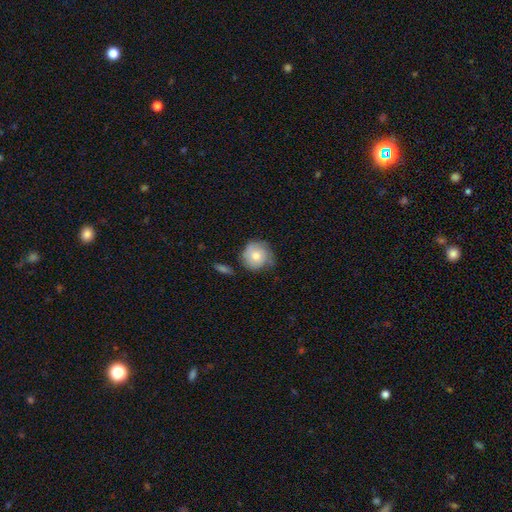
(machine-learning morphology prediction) smooth-or-featured: smooth: 70% | featured or disk: 23% | star or artifact: 7%
  how-rounded: round: 90% | in between: 9% | cigar-shaped: 1%
  merging: none: 60% | minor disturbance: 30% | major disturbance: 7% | merger: 4%